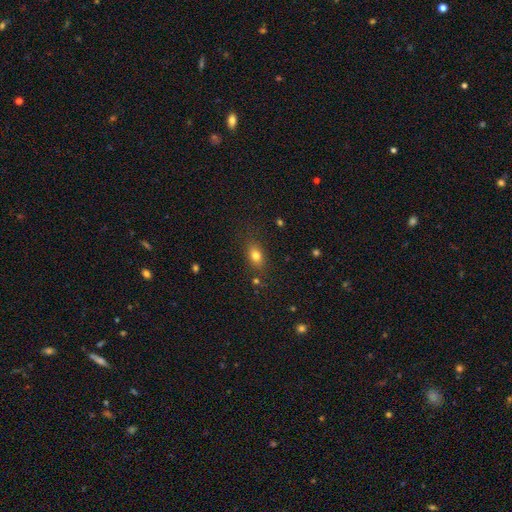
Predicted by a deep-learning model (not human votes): A smooth galaxy with no disk features (78%) that is in between round and cigar-shaped (74%).

Vote fractions:
- Smooth or featured? smooth: 78% / star or artifact: 12% / featured or disk: 10%
- How rounded? in between: 74% / round: 22% / cigar-shaped: 4%
- Merging? none: 80% / minor disturbance: 13% / major disturbance: 4% / merger: 2%